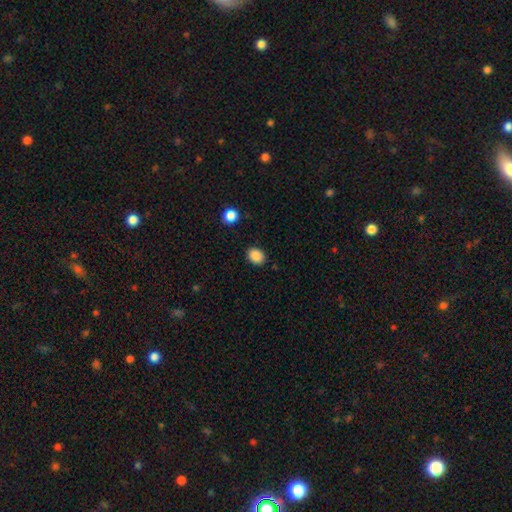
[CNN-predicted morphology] A smooth galaxy with no disk features (88%) that is in between round and cigar-shaped (55%).

Vote fractions:
- Smooth or featured? smooth: 88% / star or artifact: 9% / featured or disk: 3%
- How rounded? in between: 55% / round: 44% / cigar-shaped: 1%
- Merging? none: 88% / minor disturbance: 8% / major disturbance: 2% / merger: 2%